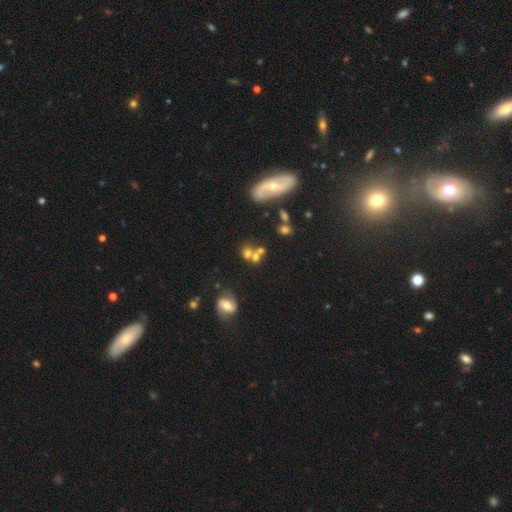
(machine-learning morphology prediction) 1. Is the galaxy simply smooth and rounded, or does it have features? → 58% smooth, 25% featured or disk, 18% star or artifact.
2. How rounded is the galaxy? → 63% round, 35% in between, 2% cigar-shaped.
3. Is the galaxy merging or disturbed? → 45% merger, 37% none, 11% minor disturbance, 7% major disturbance.